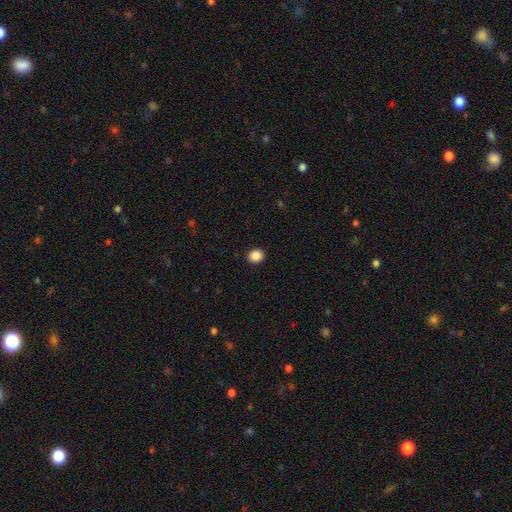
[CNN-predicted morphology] This appears to be a smooth galaxy with no disk features (88%) that is round (73%). Merging: none (92%).